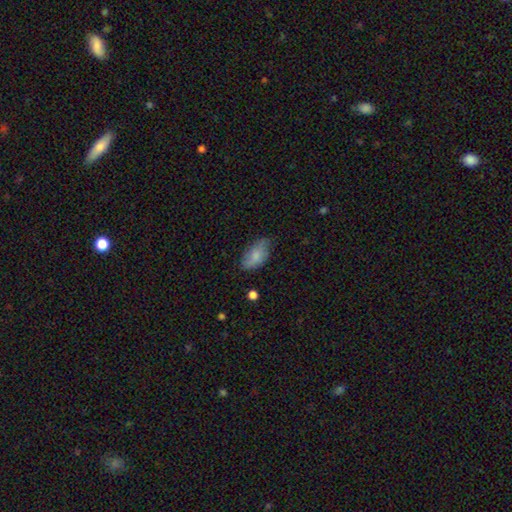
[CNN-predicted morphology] Overall: smooth (79%). How rounded: in between (93%). Merging: none (65%; minor disturbance 27%).